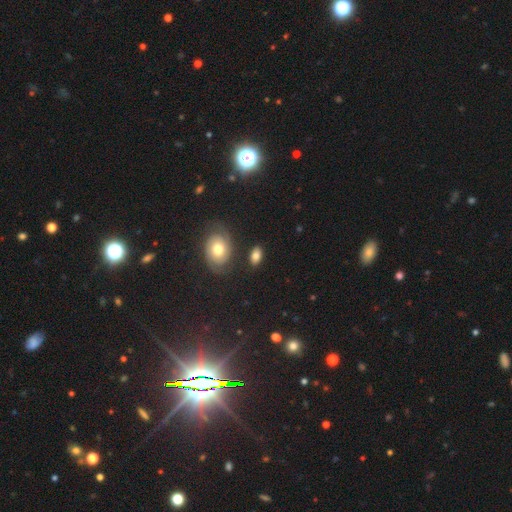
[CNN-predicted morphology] This is likely a smooth galaxy (72%). How rounded: clearly in between (88%). Merging: likely none (80%).